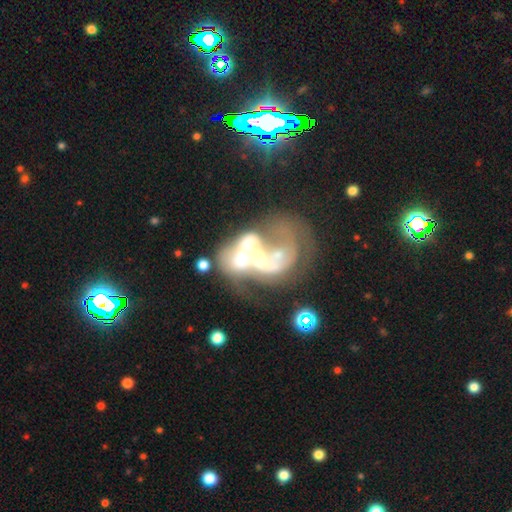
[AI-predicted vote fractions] Smooth or featured?
  - featured or disk: 71% *
  - smooth: 16%
  - star or artifact: 12%
Edge-on disk?
  - no: 98% *
  - yes: 2%
Bar?
  - no: 73% *
  - weak: 18%
  - strong: 9%
Spiral arms?
  - no: 61% *
  - yes: 39%
Bulge size?
  - none: 33% * (tied)
  - moderate: 33% * (tied)
  - small: 21%
  - large: 10%
  - dominant: 3%
Merging?
  - merger: 48% *
  - major disturbance: 32%
  - none: 12%
  - minor disturbance: 8%